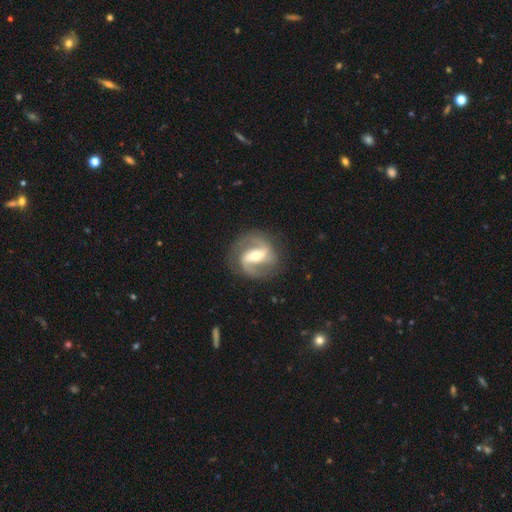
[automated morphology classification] smooth_or_featured: featured or disk (p=0.88) [alt: smooth p=0.07]
disk_edge_on: no (p=0.96) [alt: yes p=0.04]
bar: strong (p=0.57) [alt: weak p=0.31]
has_spiral_arms: yes (p=0.95) [alt: no p=0.05]
spiral_winding: medium (p=0.50) [alt: loose p=0.27]
spiral_arm_count: 2 (p=0.89) [alt: can't tell p=0.03]
bulge_size: moderate (p=0.58) [alt: small p=0.36]
merging: none (p=0.83) [alt: minor disturbance p=0.11]